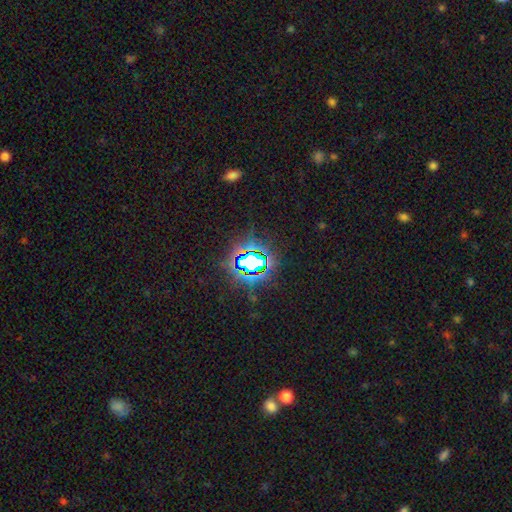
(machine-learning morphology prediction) star or artifact 75%, smooth 15%, featured or disk 10%.